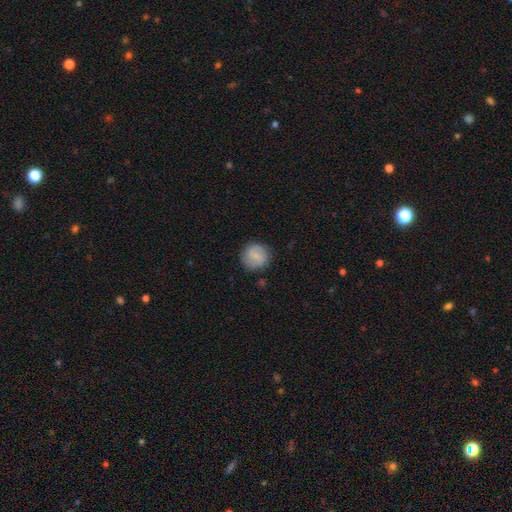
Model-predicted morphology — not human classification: This is likely a smooth galaxy (64%). How rounded: clearly round (90%). Merging: clearly none (83%).